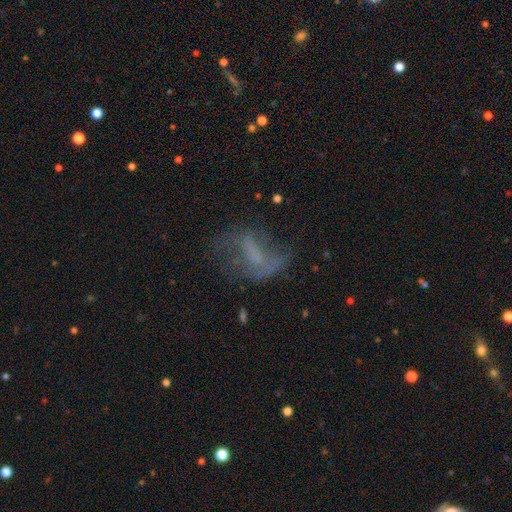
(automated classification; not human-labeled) Smooth or featured?
  - featured or disk: 54% *
  - smooth: 28%
  - star or artifact: 18%
Edge-on disk?
  - no: 95% *
  - yes: 5%
Bar?
  - no: 47% *
  - weak: 33%
  - strong: 20%
Spiral arms?
  - no: 51% *
  - yes: 49%
Bulge size?
  - none: 64% *
  - small: 21%
  - moderate: 11%
  - large: 3%
  - dominant: 1%
Merging?
  - none: 42% *
  - major disturbance: 33%
  - minor disturbance: 21%
  - merger: 4%